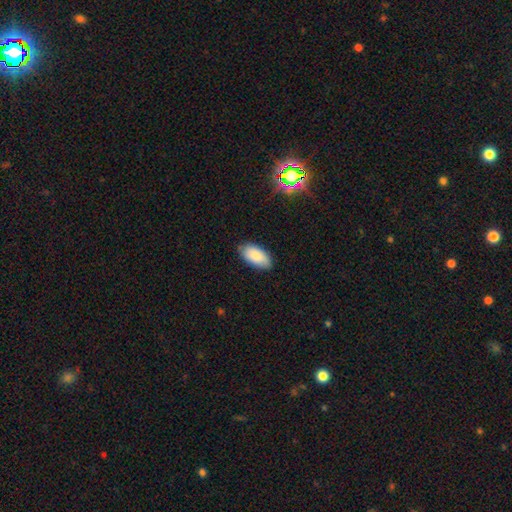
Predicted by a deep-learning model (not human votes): A smooth galaxy with no disk features (85%) that is in between round and cigar-shaped (94%). Merging: none (83%).